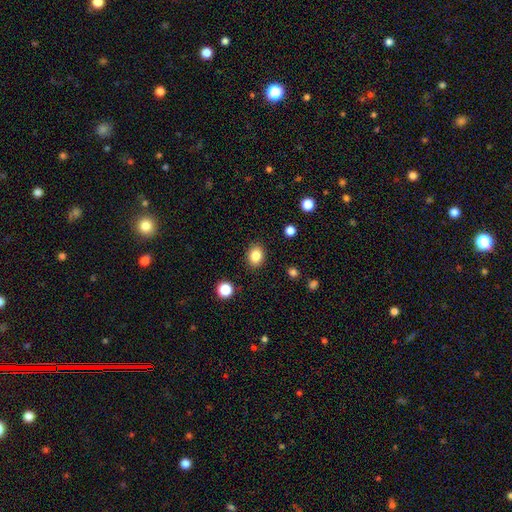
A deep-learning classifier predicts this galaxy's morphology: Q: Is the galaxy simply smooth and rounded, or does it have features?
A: smooth — 85%.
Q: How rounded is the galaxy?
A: in between — 56%.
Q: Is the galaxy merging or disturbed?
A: none — 88%.